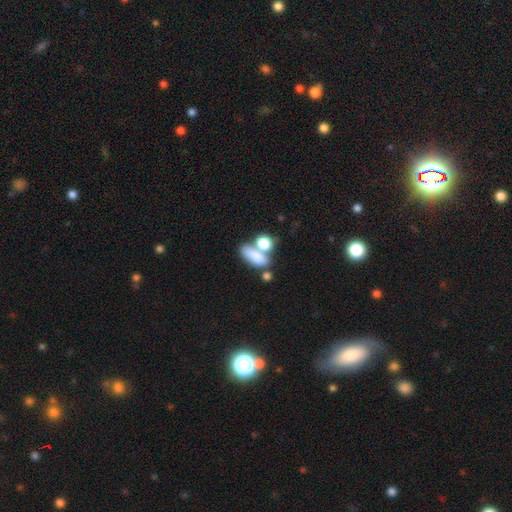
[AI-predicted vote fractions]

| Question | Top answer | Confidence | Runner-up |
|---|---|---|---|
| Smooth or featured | smooth | 76% | featured or disk (14%) |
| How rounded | in between | 76% | round (13%) |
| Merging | merger | 43% | none (38%) |